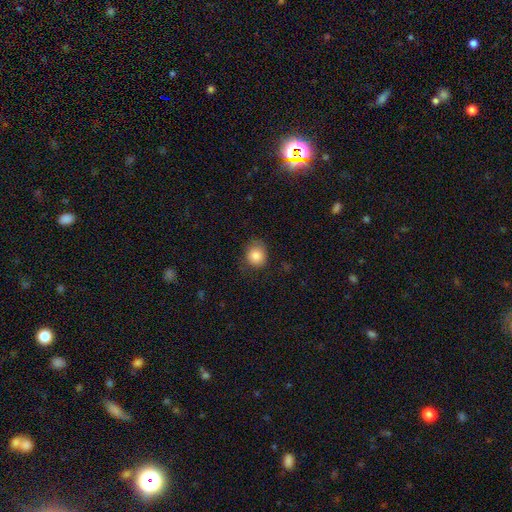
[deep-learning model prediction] Morphology: type=smooth (85%); roundness=round (77%); merging=none (75%).